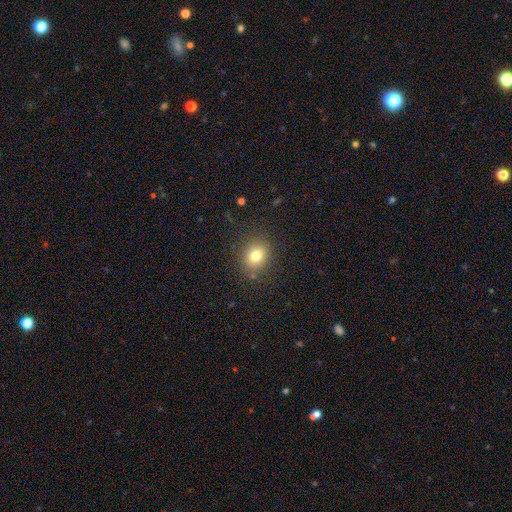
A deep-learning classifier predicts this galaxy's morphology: The model was most divided on "how rounded": round: 67%, in between: 32%, cigar-shaped: 1%. More confident: merging — none (85%); smooth or featured — smooth (77%).